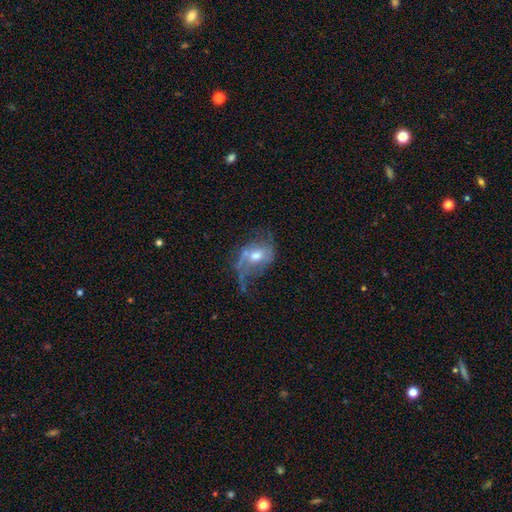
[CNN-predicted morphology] A featured or disk galaxy (68%) with no bar (53%), 2 (63%) loose (67%) spiral arms (79%) and a moderate central bulge (71%).

Vote fractions:
- Smooth or featured? featured or disk: 68% / smooth: 23% / star or artifact: 9%
- Edge-on disk? no: 96% / yes: 4%
- Bar? no: 53% / weak: 36% / strong: 11%
- Spiral arms? yes: 79% / no: 21%
- Spiral winding? loose: 67% / medium: 25% / tight: 8%
- Spiral arm count? 2: 63% / 1: 26% / can't tell: 7% / 3: 1% / 4: 1% / more than 4: 1%
- Bulge size? moderate: 71% / small: 17% / large: 9% / none: 2% / dominant: 1%
- Merging? none: 36% / major disturbance: 34% / minor disturbance: 24% / merger: 6%